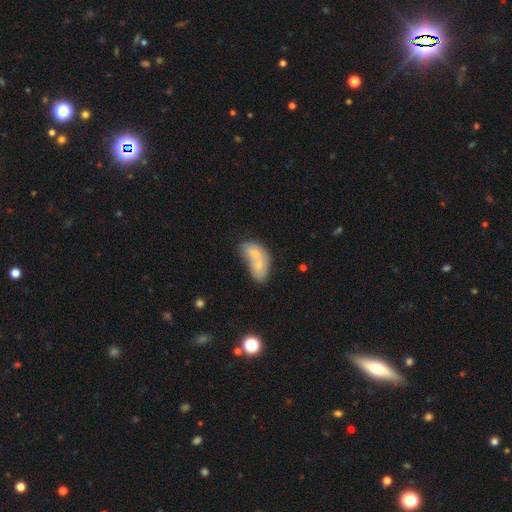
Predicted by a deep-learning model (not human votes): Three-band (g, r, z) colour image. It shows a smooth galaxy with no disk features (66%) that is in between round and cigar-shaped (85%). Merging: merger (71%).